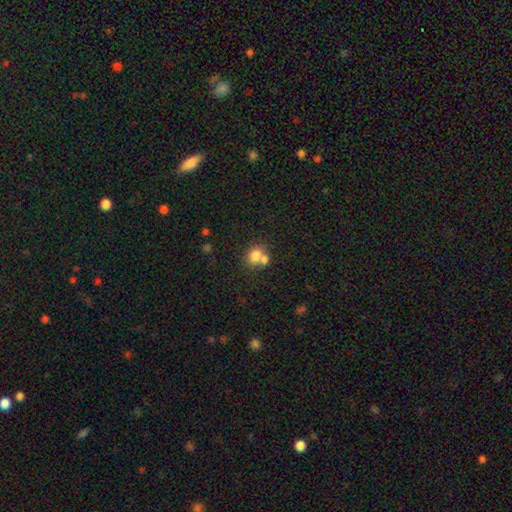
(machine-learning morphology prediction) type=smooth (78%); roundness=round (60%); merging=merger (45%).